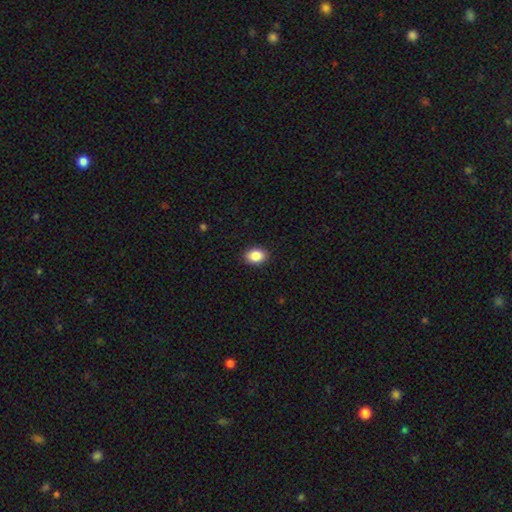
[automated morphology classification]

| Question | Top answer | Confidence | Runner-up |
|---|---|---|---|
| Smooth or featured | smooth | 88% | star or artifact (8%) |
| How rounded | in between | 77% | round (22%) |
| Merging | none | 91% | minor disturbance (7%) |